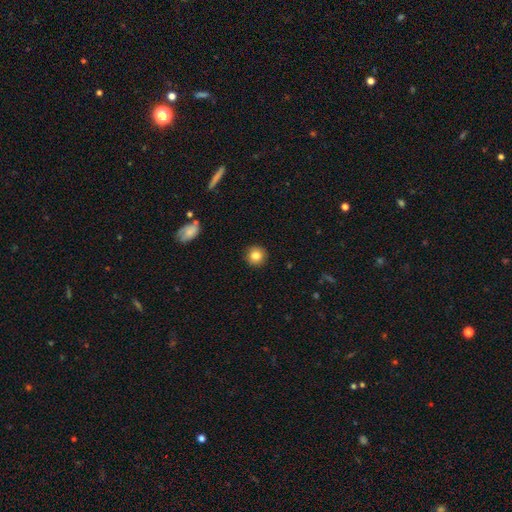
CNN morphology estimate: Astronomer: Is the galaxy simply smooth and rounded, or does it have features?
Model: smooth — 83%.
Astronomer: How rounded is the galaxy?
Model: round — 94%.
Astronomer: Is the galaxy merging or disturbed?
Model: none — 92%.